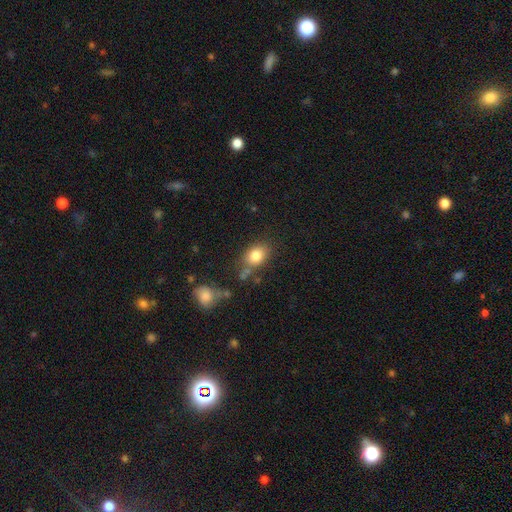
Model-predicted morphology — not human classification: smooth_or_featured: smooth (p=0.81) [alt: star or artifact p=0.10]
how_rounded: in between (p=0.60) [alt: round p=0.39]
merging: none (p=0.69) [alt: minor disturbance p=0.17]